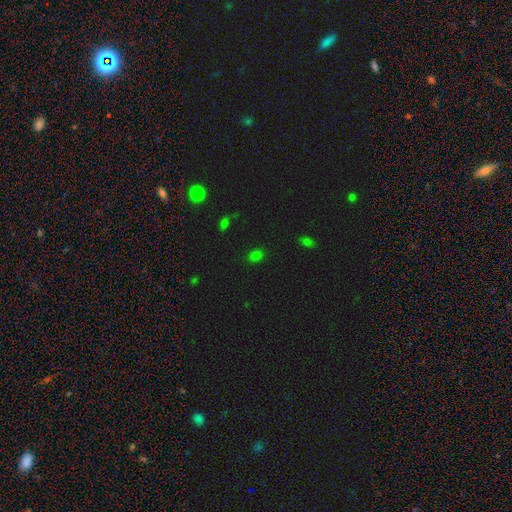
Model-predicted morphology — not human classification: Smooth or featured? Predicted: smooth (p=0.74). How rounded? Predicted: in between (p=0.67). Merging? Predicted: none (p=0.85).